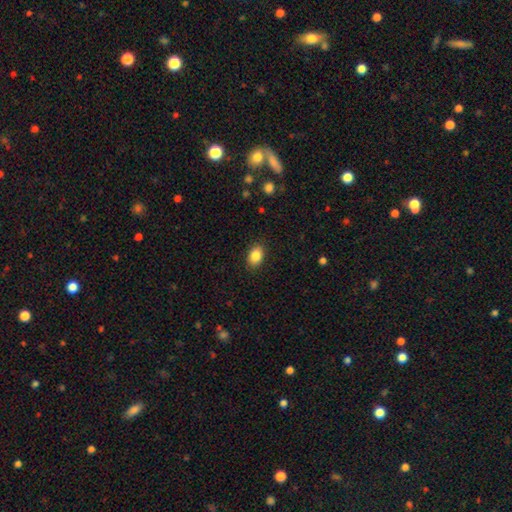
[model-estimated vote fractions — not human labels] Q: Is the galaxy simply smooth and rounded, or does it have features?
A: smooth — 86%.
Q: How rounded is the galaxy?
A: in between — 80%.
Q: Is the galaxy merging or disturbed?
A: none — 88%.